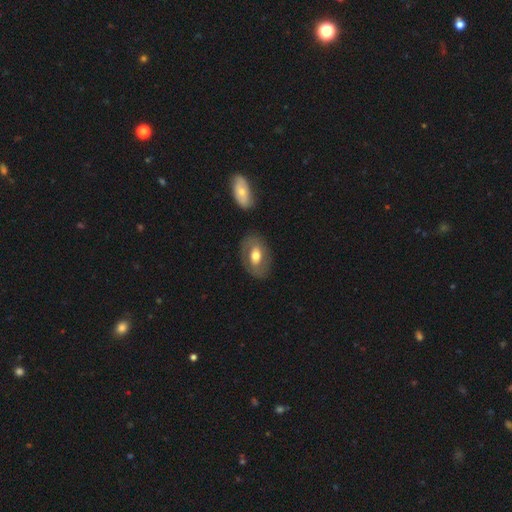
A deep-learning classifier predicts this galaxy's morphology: Smooth or featured?
  - smooth: 53% *
  - featured or disk: 41%
  - star or artifact: 7%
How rounded?
  - in between: 83% *
  - round: 16%
  - cigar-shaped: 2%
Merging?
  - none: 78% *
  - minor disturbance: 13%
  - major disturbance: 6%
  - merger: 3%